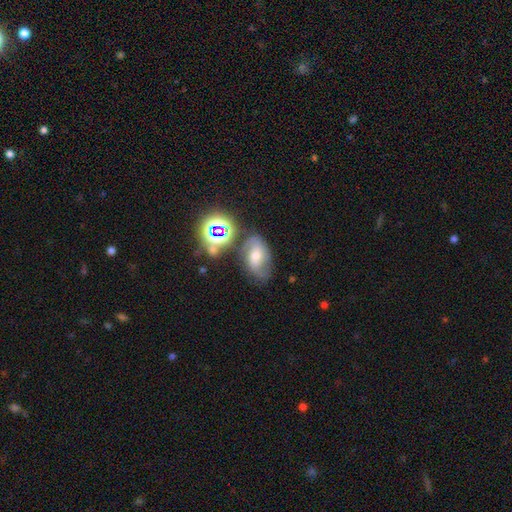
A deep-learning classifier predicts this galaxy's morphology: The model was most divided on "smooth or featured": featured or disk: 44%, smooth: 31%, star or artifact: 26%. More confident: merging — none (59%).